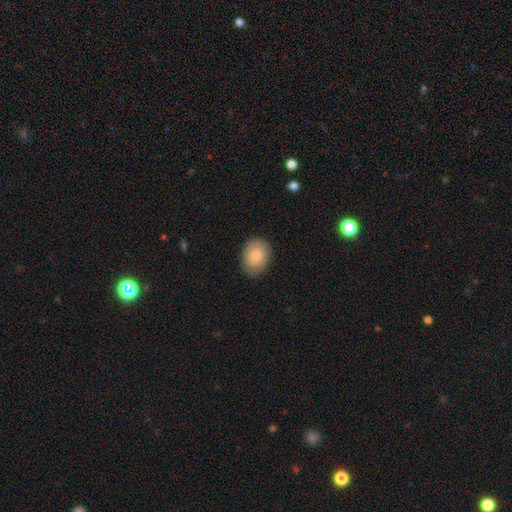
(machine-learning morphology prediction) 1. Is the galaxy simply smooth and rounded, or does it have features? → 83% smooth, 10% featured or disk, 7% star or artifact.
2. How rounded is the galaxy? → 60% in between, 39% round, 1% cigar-shaped.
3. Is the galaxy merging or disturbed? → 83% none, 13% minor disturbance, 3% major disturbance, 1% merger.